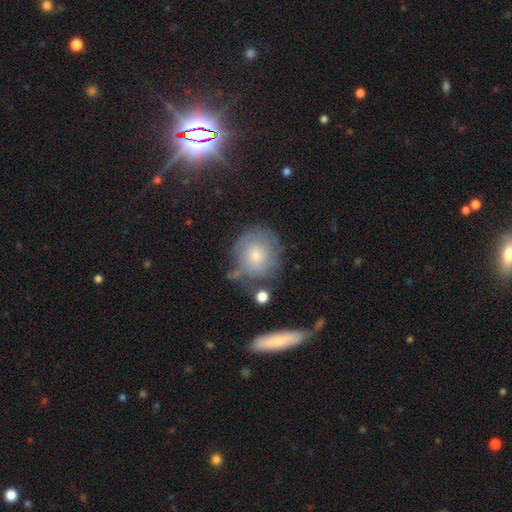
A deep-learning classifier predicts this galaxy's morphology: smooth-or-featured: smooth: 51% | featured or disk: 40% | star or artifact: 9%
  how-rounded: round: 81% | in between: 17% | cigar-shaped: 1%
  merging: none: 57% | minor disturbance: 24% | major disturbance: 12% | merger: 7%